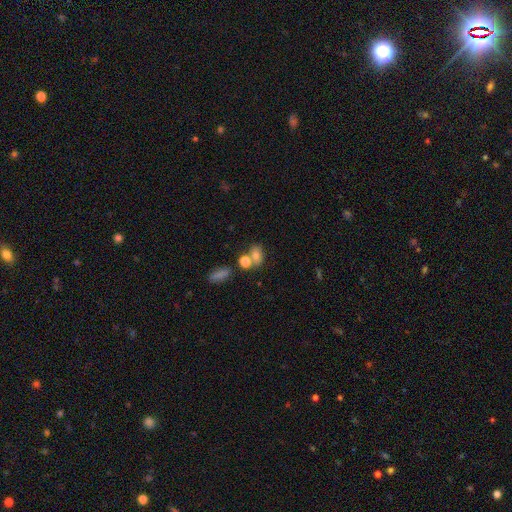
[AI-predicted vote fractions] This is likely a smooth galaxy (70%). How rounded: possibly in between (57%). Merging: possibly none (48%).